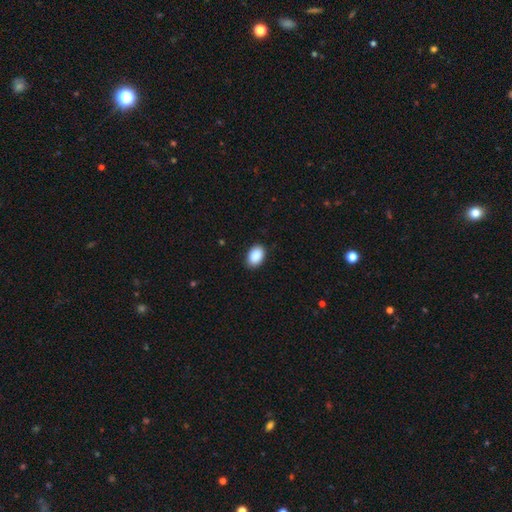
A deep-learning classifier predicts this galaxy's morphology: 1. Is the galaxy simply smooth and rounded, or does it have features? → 91% smooth, 7% star or artifact, 3% featured or disk.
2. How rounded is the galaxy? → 87% in between, 12% round, 1% cigar-shaped.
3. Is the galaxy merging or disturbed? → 89% none, 9% minor disturbance, 2% major disturbance, 1% merger.